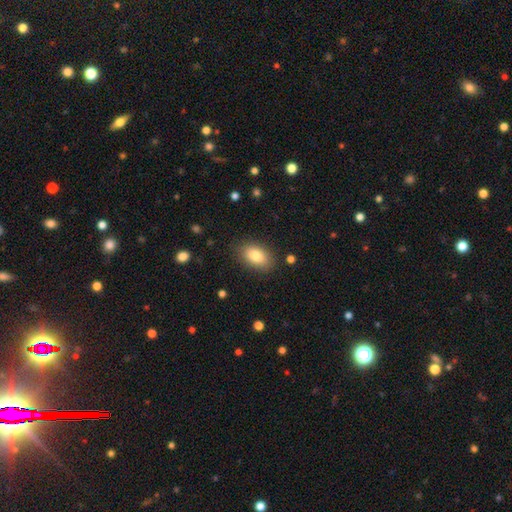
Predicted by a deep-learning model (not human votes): A smooth galaxy with no disk features (83%) that is in between round and cigar-shaped (90%).

Vote fractions:
- Smooth or featured? smooth: 83% / featured or disk: 10% / star or artifact: 8%
- How rounded? in between: 90% / round: 8% / cigar-shaped: 2%
- Merging? none: 85% / minor disturbance: 11% / major disturbance: 3% / merger: 1%